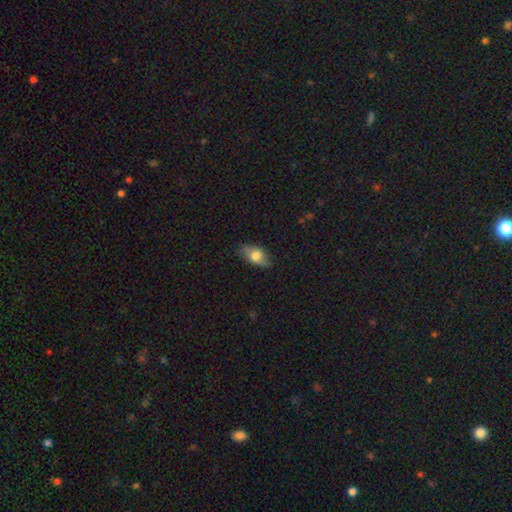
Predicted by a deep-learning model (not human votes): Smooth or featured?
  - smooth: 73% *
  - featured or disk: 20%
  - star or artifact: 7%
How rounded?
  - in between: 89% *
  - round: 7%
  - cigar-shaped: 4%
Merging?
  - none: 78% *
  - minor disturbance: 17%
  - major disturbance: 3%
  - merger: 1%